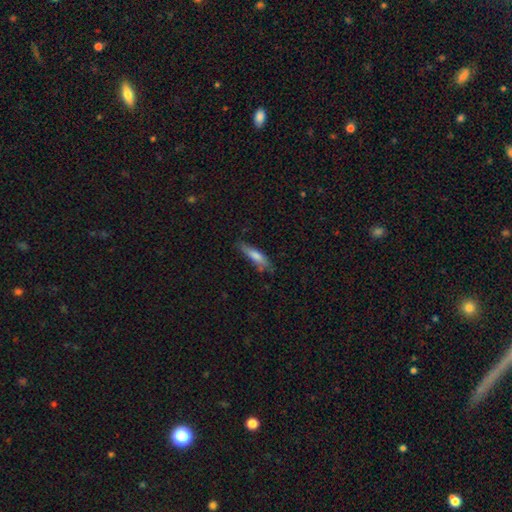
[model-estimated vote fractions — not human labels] This appears to be a smooth galaxy with no disk features (70%) that is cigar-shaped (77%). Merging: none (73%).